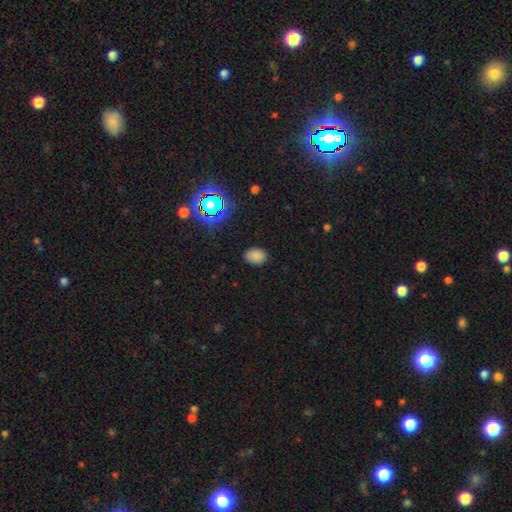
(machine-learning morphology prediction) A smooth galaxy with no disk features (80%) that is in between round and cigar-shaped (77%). Merging: none (85%).